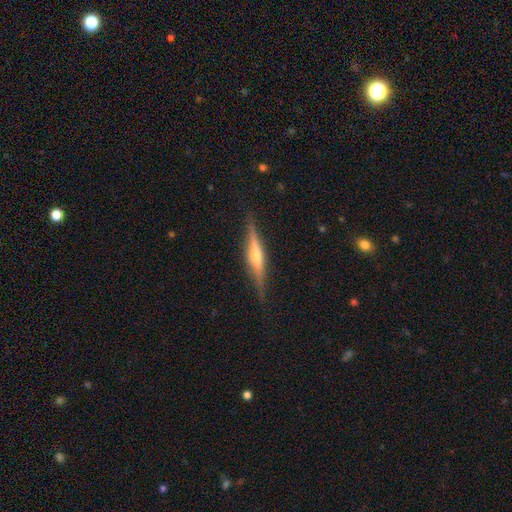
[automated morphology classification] Smooth or featured? Predicted: featured or disk (p=0.75). Edge-on disk? Predicted: yes (p=0.97). Edge-on bulge? Predicted: rounded (p=0.80). Merging? Predicted: none (p=0.87).